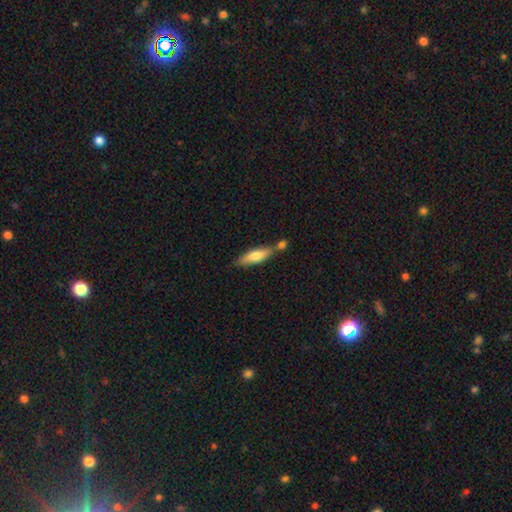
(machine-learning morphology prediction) This appears to be a smooth galaxy with no disk features (68%) that is cigar-shaped (61%). Merging: none (54%).